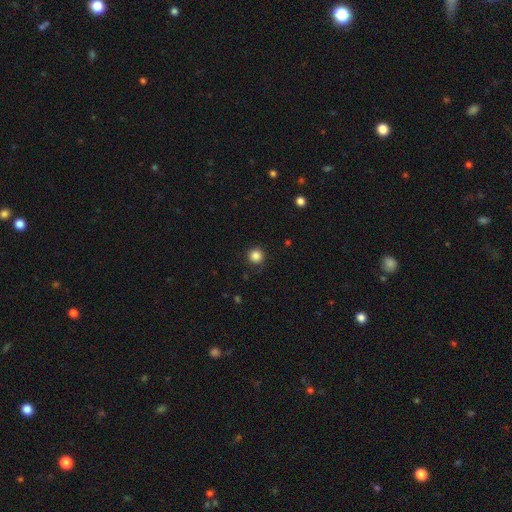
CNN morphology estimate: smooth_or_featured: smooth (p=0.85) [alt: star or artifact p=0.12]
how_rounded: round (p=0.95) [alt: in between p=0.04]
merging: none (p=0.89) [alt: minor disturbance p=0.07]